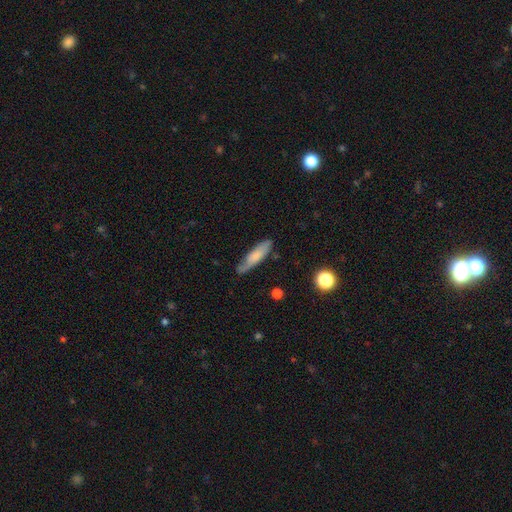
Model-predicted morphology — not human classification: Smooth or featured? smooth (63%)
How rounded? cigar-shaped (68%)
Merging? none (72%)